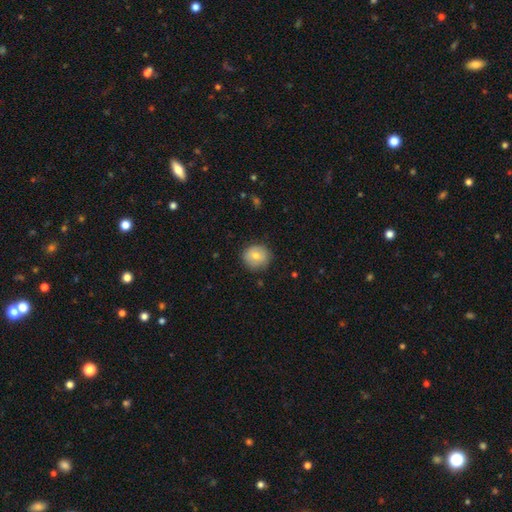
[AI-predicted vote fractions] A smooth galaxy with no disk features (73%) that is round (88%).

Vote fractions:
- Smooth or featured? smooth: 73% / featured or disk: 19% / star or artifact: 8%
- How rounded? round: 88% / in between: 11% / cigar-shaped: 1%
- Merging? none: 83% / minor disturbance: 13% / major disturbance: 3% / merger: 1%